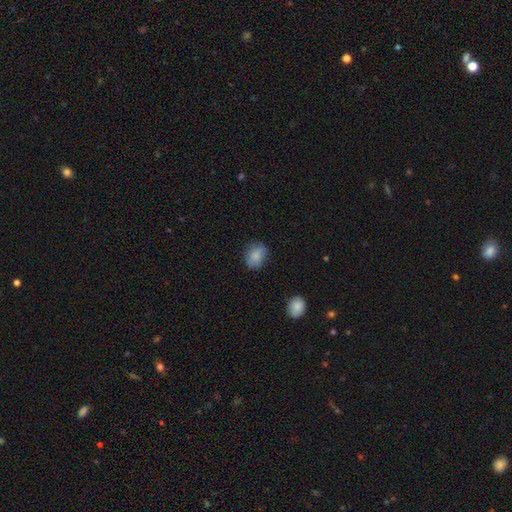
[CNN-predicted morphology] type=smooth (86%); roundness=in between (59%); merging=none (78%).